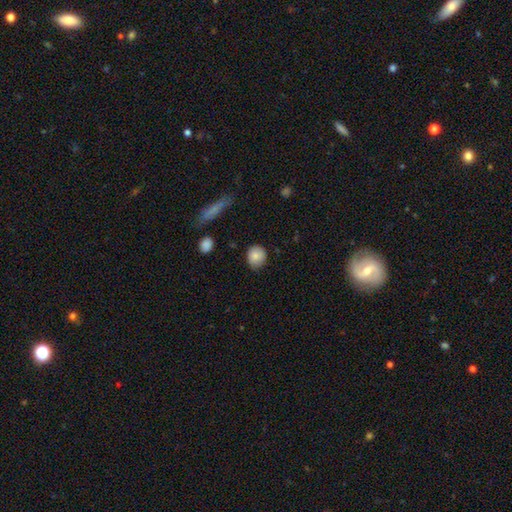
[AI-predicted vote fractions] smooth 85%, star or artifact 8%, featured or disk 7%. Down the decision tree: how rounded — round (86%); merging — none (82%).